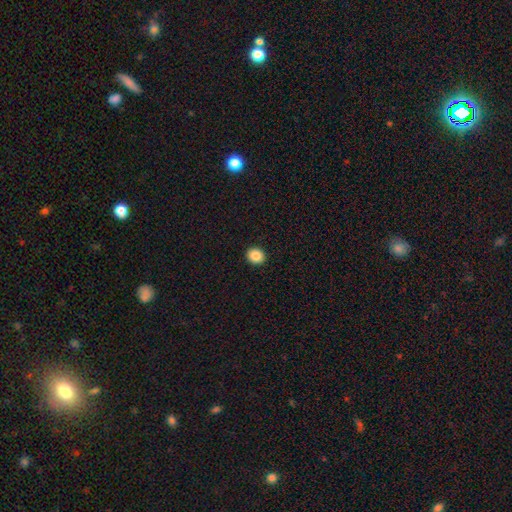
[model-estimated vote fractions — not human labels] smooth-or-featured: smooth: 87% | star or artifact: 9% | featured or disk: 4%
  how-rounded: round: 78% | in between: 21% | cigar-shaped: 1%
  merging: none: 93% | minor disturbance: 4% | major disturbance: 1% | merger: 1%